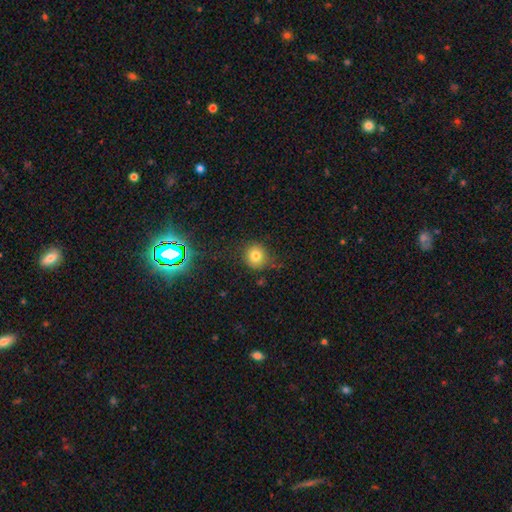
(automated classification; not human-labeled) Q: Smooth or featured?
A: smooth (77%); runner-up: star or artifact (15%)
Q: How rounded?
A: round (89%); runner-up: in between (10%)
Q: Merging?
A: none (79%); runner-up: minor disturbance (15%)